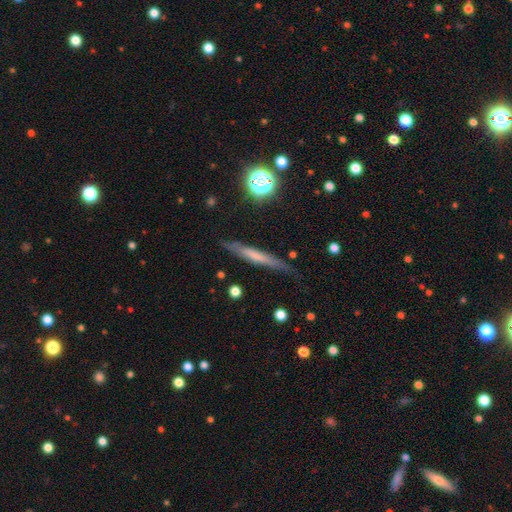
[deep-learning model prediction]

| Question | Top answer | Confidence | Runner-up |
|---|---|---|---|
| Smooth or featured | smooth | 49% | featured or disk (41%) |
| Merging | none | 78% | minor disturbance (16%) |